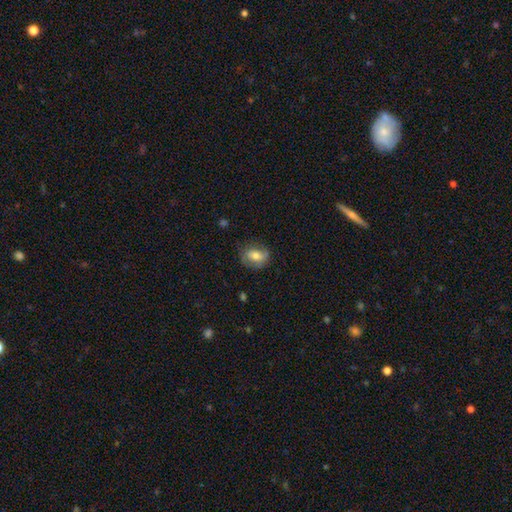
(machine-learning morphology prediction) This is possibly a smooth galaxy (60%). How rounded: likely in between (62%). Merging: likely none (72%).